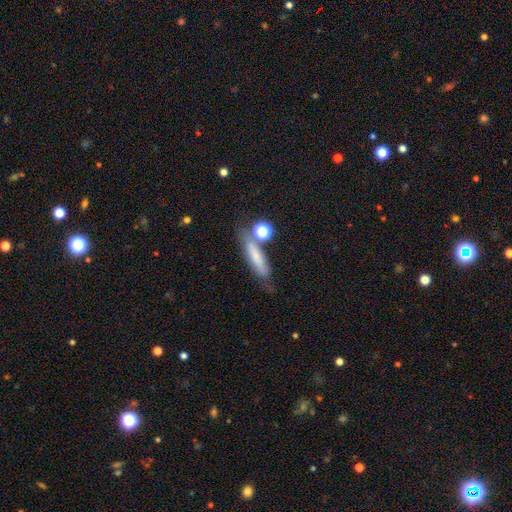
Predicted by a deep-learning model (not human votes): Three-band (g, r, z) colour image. It shows a smooth galaxy with no disk features (67%) that is cigar-shaped (68%). Merging: none (57%).